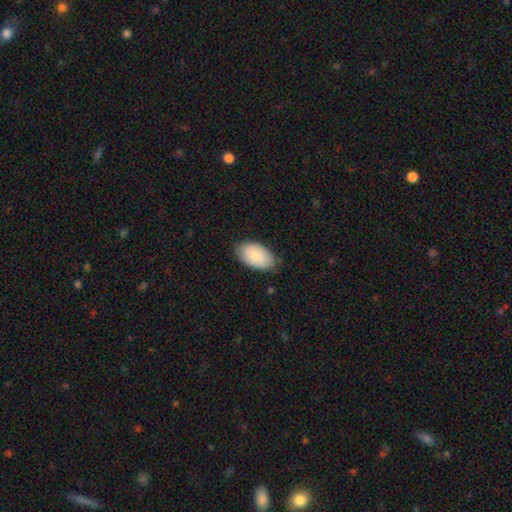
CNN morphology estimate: Q: Smooth or featured?
A: smooth (84%); runner-up: featured or disk (10%)
Q: How rounded?
A: in between (95%); runner-up: round (4%)
Q: Merging?
A: none (78%); runner-up: minor disturbance (18%)